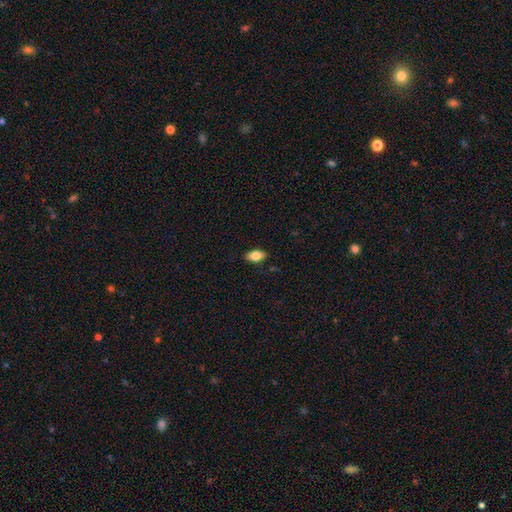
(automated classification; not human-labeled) Smooth or featured? Predicted: smooth (p=0.80). How rounded? Predicted: in between (p=0.90). Merging? Predicted: none (p=0.87).